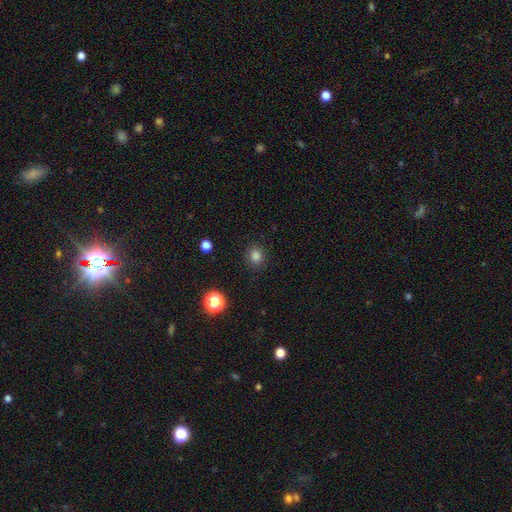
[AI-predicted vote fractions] A smooth galaxy with no disk features (82%) that is round (75%).

Vote fractions:
- Smooth or featured? smooth: 82% / star or artifact: 14% / featured or disk: 4%
- How rounded? round: 75% / in between: 24% / cigar-shaped: 1%
- Merging? none: 88% / minor disturbance: 8% / major disturbance: 3% / merger: 1%